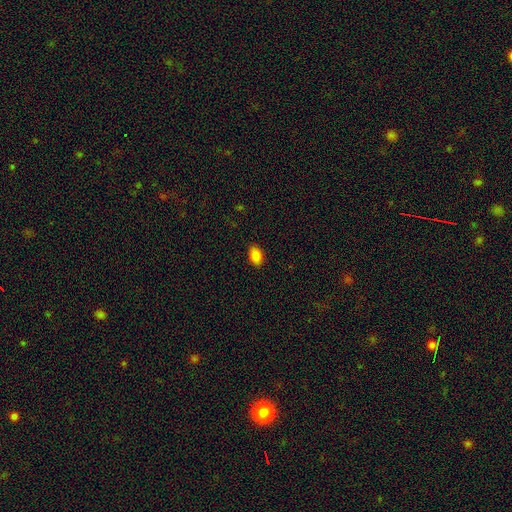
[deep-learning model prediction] smooth_or_featured: smooth (p=0.86) [alt: star or artifact p=0.09]
how_rounded: in between (p=0.88) [alt: round p=0.11]
merging: none (p=0.89) [alt: minor disturbance p=0.08]